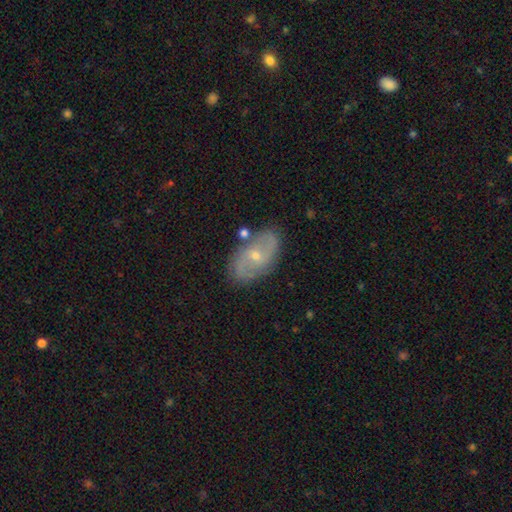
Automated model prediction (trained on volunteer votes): The model was most divided on "spiral winding": medium: 45%, loose: 32%, tight: 22%. More confident: edge-on disk — no (95%); spiral arms — yes (88%); spiral arm count — 2 (84%); merging — none (78%); smooth or featured — featured or disk (74%); bulge size — small (65%); bar — no (55%).